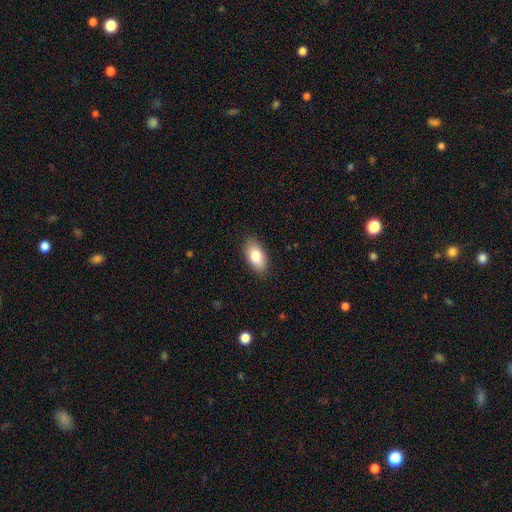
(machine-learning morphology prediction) Overall: smooth (82%). How rounded: in between (93%). Merging: none (88%).